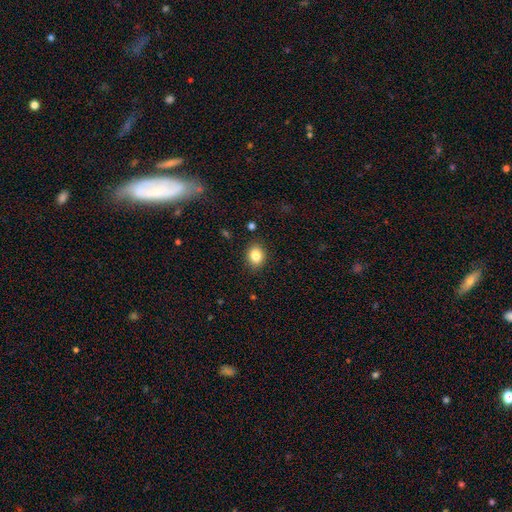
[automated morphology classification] Smooth or featured? smooth (83%)
How rounded? in between (54%)
Merging? none (88%)